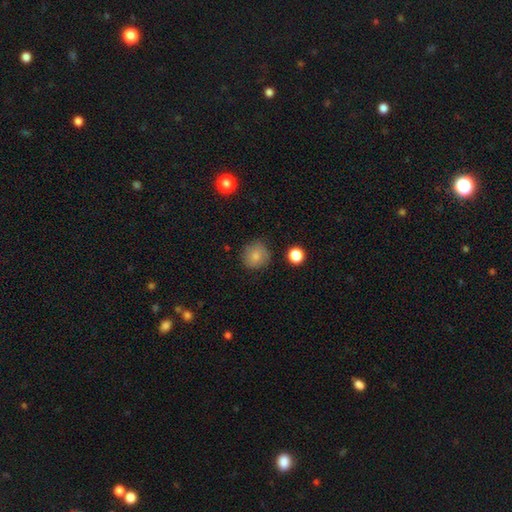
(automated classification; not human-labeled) Smooth or featured? smooth (81%)
How rounded? round (89%)
Merging? none (80%)